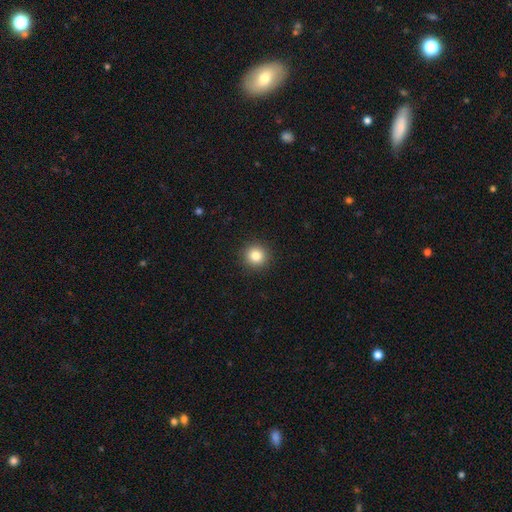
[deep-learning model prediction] Smooth or featured?
  - smooth: 83% *
  - star or artifact: 11%
  - featured or disk: 6%
How rounded?
  - round: 94% *
  - in between: 5%
  - cigar-shaped: 1%
Merging?
  - none: 92% *
  - minor disturbance: 5%
  - major disturbance: 2%
  - merger: 1%